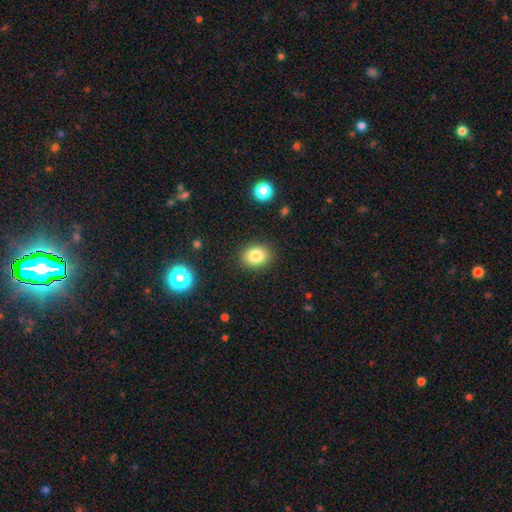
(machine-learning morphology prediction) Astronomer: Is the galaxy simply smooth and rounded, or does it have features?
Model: smooth — 83%.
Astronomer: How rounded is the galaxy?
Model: round — 54% (runner-up: in between, 45%).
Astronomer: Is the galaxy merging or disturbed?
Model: none — 89%.